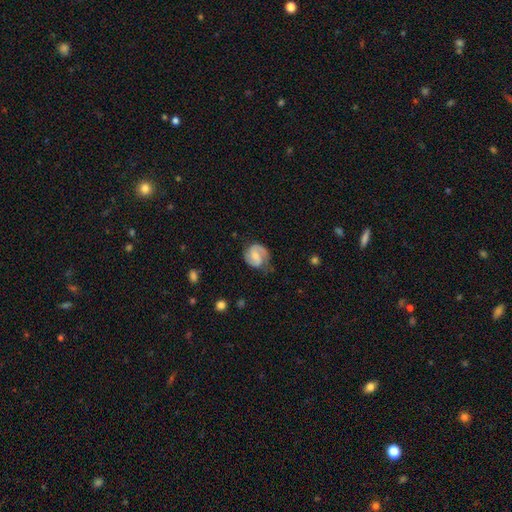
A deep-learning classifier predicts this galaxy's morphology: smooth_or_featured: featured or disk (p=0.77) [alt: smooth p=0.18]
disk_edge_on: no (p=0.98) [alt: yes p=0.02]
bar: weak (p=0.50) [alt: no p=0.36]
has_spiral_arms: yes (p=0.96) [alt: no p=0.04]
spiral_winding: medium (p=0.47) [alt: tight p=0.36]
spiral_arm_count: 2 (p=0.82) [alt: 1 p=0.10]
bulge_size: small (p=0.43) [alt: moderate p=0.35]
merging: none (p=0.66) [alt: minor disturbance p=0.23]